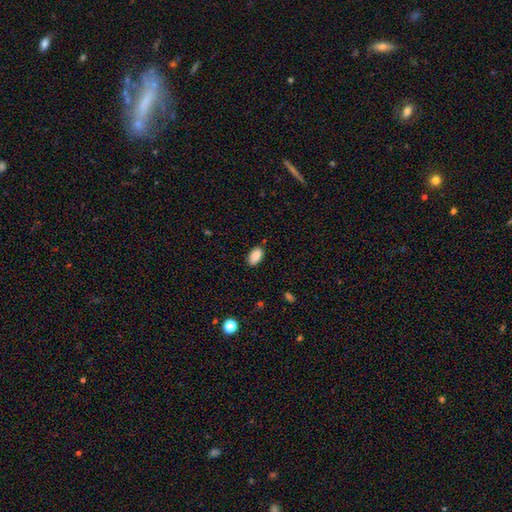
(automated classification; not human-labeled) smooth_or_featured: smooth (p=0.88) [alt: star or artifact p=0.07]
how_rounded: in between (p=0.93) [alt: round p=0.05]
merging: none (p=0.84) [alt: minor disturbance p=0.12]